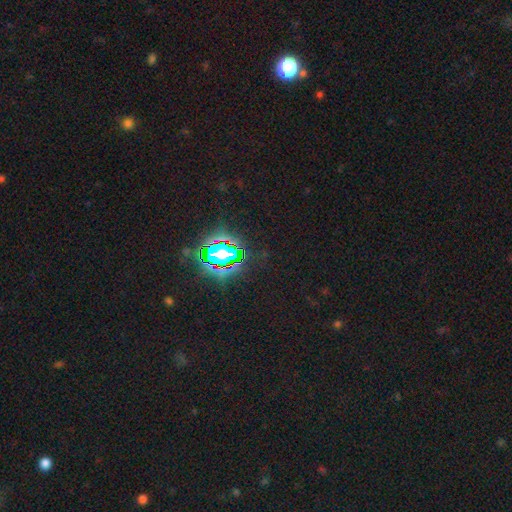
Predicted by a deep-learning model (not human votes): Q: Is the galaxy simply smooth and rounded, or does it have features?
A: star or artifact — 82%.